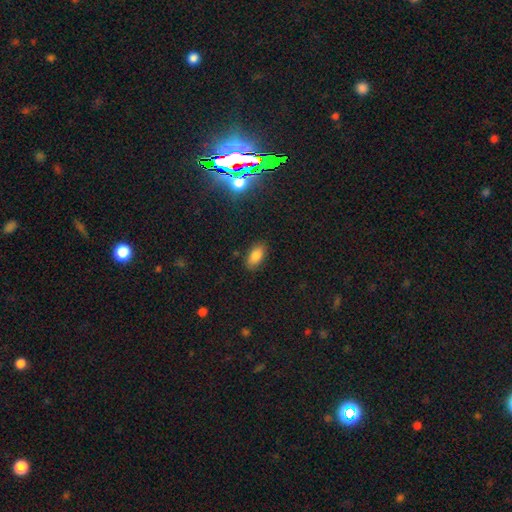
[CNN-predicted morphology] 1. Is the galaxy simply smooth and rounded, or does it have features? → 82% smooth, 10% star or artifact, 8% featured or disk.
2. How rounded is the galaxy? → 91% in between, 5% round, 4% cigar-shaped.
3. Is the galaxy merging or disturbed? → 86% none, 10% minor disturbance, 3% major disturbance, 1% merger.